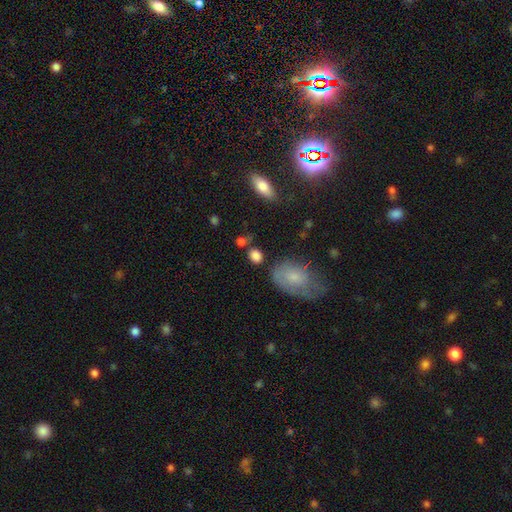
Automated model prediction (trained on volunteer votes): smooth_or_featured: smooth (p=0.83) [alt: star or artifact p=0.10]
how_rounded: round (p=0.50) [alt: in between p=0.47]
merging: none (p=0.65) [alt: minor disturbance p=0.16]